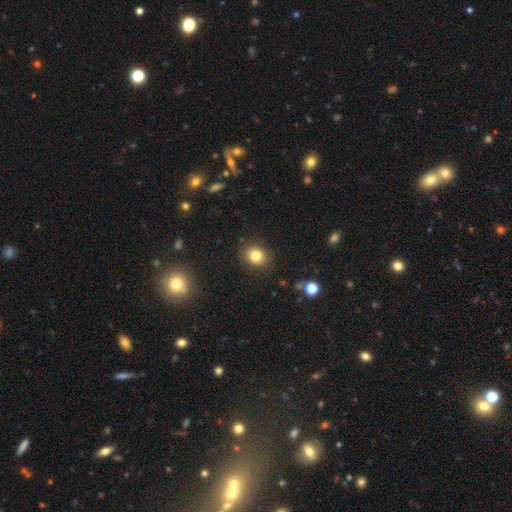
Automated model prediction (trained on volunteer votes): This appears to be a smooth galaxy with no disk features (81%) that is round (65%). Merging: none (88%).